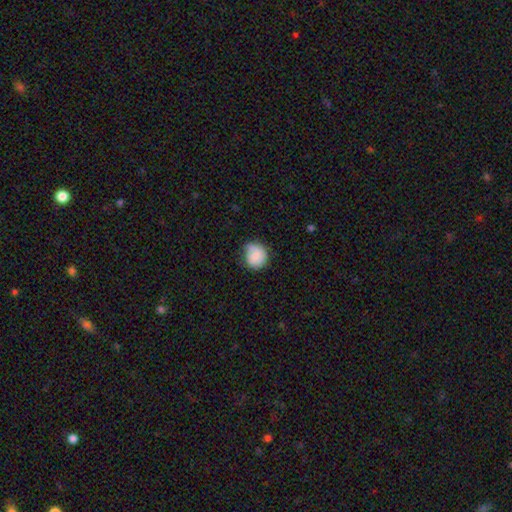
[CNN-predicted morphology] smooth-or-featured: smooth: 78% | featured or disk: 15% | star or artifact: 7%
  how-rounded: round: 77% | in between: 22% | cigar-shaped: 1%
  merging: none: 53% | minor disturbance: 35% | major disturbance: 10% | merger: 2%